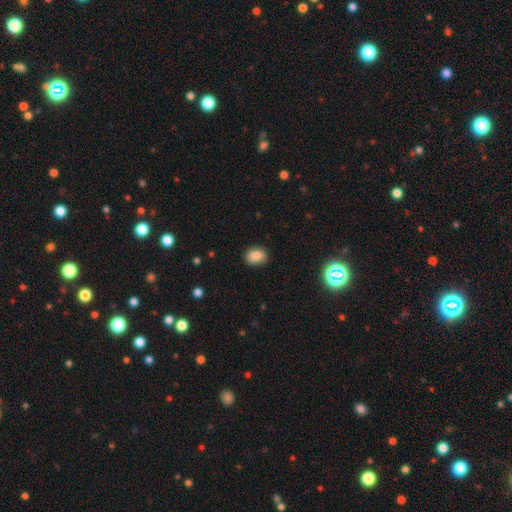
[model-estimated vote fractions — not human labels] smooth 83%, star or artifact 10%, featured or disk 7%. Down the decision tree: how rounded — in between (57%); merging — none (84%).